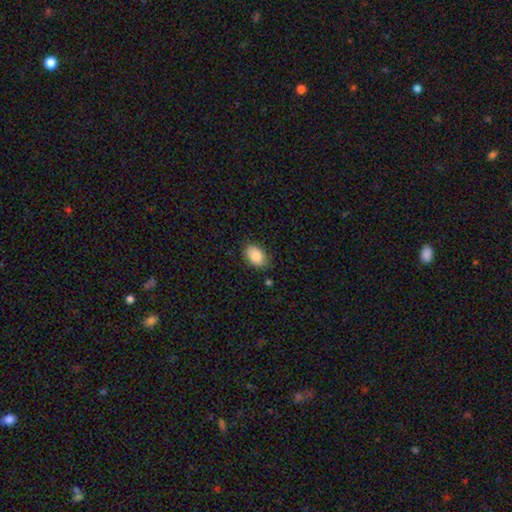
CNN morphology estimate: A smooth galaxy with no disk features (87%) that is in between round and cigar-shaped (88%). Merging: none (81%).